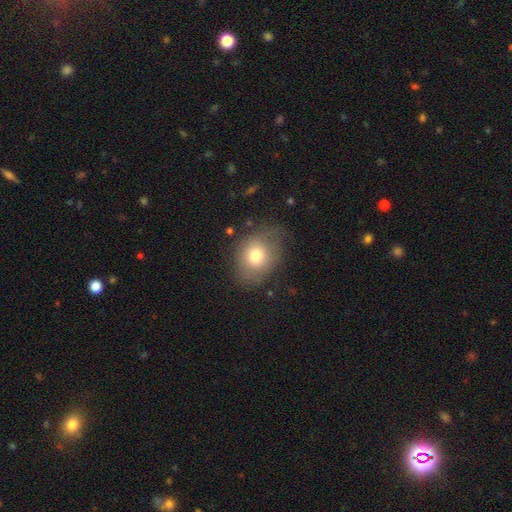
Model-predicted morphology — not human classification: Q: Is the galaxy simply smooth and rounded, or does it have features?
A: smooth — 75%.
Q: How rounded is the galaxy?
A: in between — 52%.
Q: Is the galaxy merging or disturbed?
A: none — 63%.